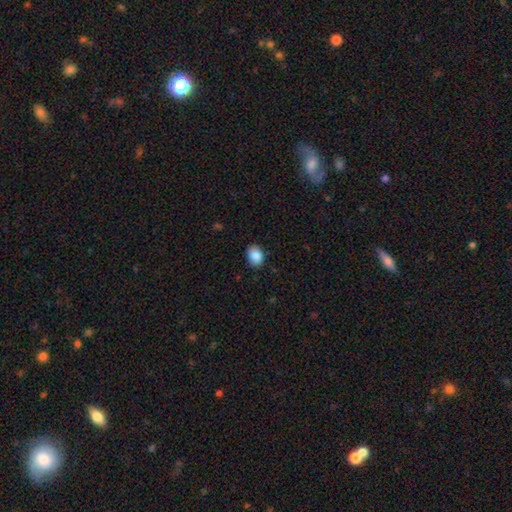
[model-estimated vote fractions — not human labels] smooth 89%, star or artifact 8%, featured or disk 3%. Down the decision tree: how rounded — in between (74%); merging — none (85%).